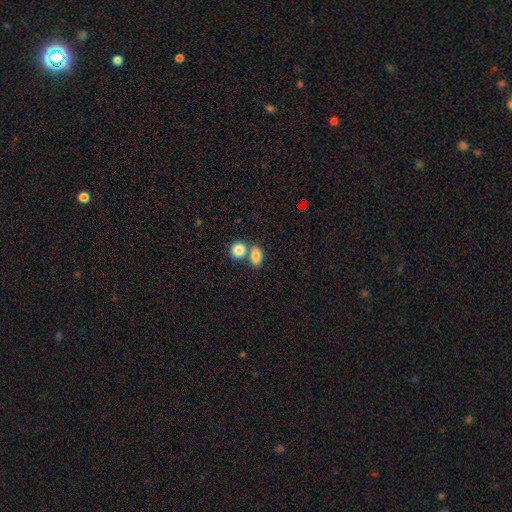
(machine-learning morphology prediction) Smooth or featured? Predicted: smooth (p=0.84). How rounded? Predicted: in between (p=0.76). Merging? Predicted: none (p=0.45).